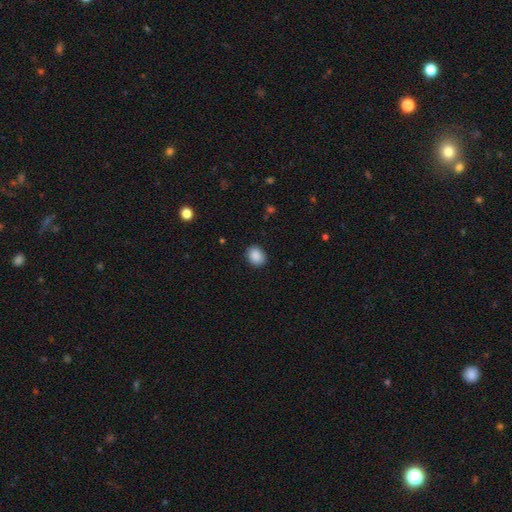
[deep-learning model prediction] smooth 89%, star or artifact 8%, featured or disk 3%. Down the decision tree: how rounded — in between (55%); merging — none (87%).